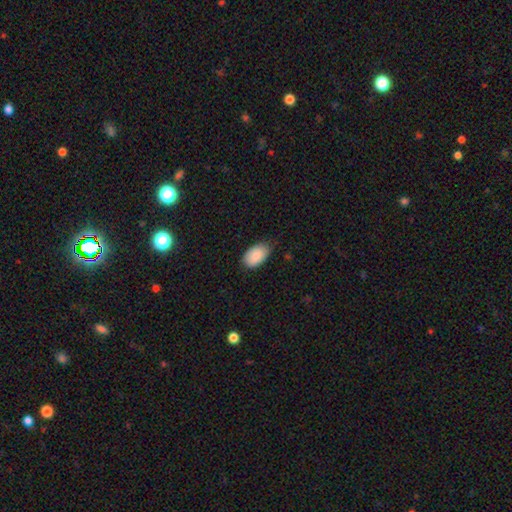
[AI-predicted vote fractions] This appears to be a smooth galaxy with no disk features (88%) that is in between round and cigar-shaped (94%). Merging: none (71%).